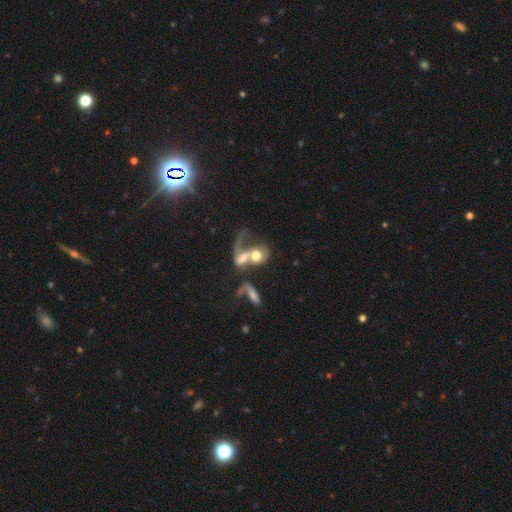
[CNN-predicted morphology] smooth-or-featured: smooth: 46% | featured or disk: 44% | star or artifact: 10%
  merging: merger: 72% | major disturbance: 15% | none: 9% | minor disturbance: 5%